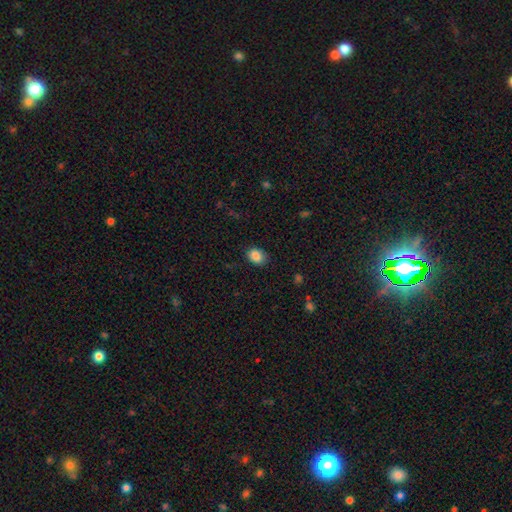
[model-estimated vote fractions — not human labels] This appears to be a smooth galaxy with no disk features (87%) that is in between round and cigar-shaped (74%). Merging: none (86%).